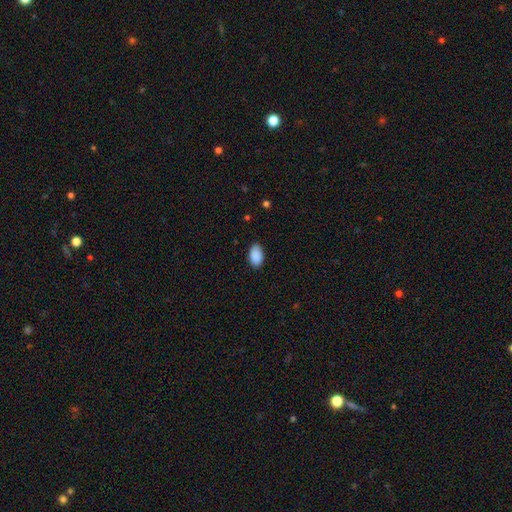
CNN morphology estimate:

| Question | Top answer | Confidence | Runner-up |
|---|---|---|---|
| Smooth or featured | smooth | 90% | star or artifact (7%) |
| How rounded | in between | 94% | round (5%) |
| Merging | none | 84% | minor disturbance (13%) |